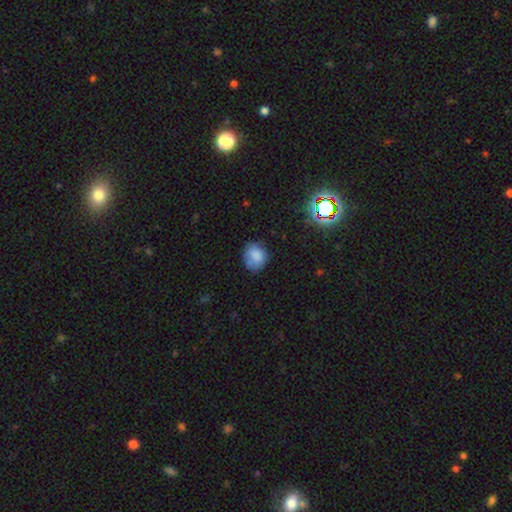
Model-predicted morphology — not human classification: Q: Smooth or featured?
A: smooth (79%); runner-up: featured or disk (11%)
Q: How rounded?
A: round (65%); runner-up: in between (34%)
Q: Merging?
A: none (65%); runner-up: minor disturbance (25%)